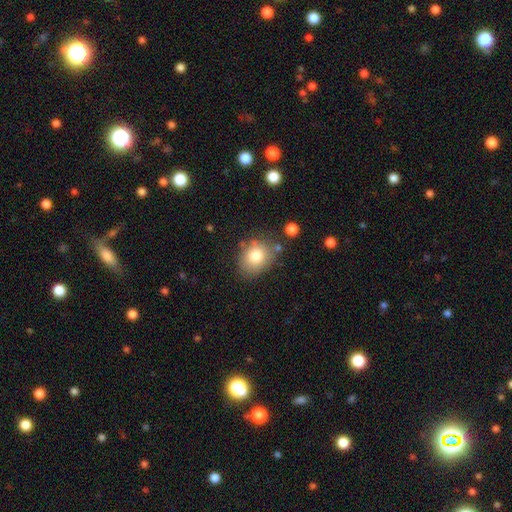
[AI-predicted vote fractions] Smooth or featured?
  - smooth: 79% *
  - featured or disk: 11%
  - star or artifact: 10%
How rounded?
  - in between: 54% *
  - round: 45%
  - cigar-shaped: 1%
Merging?
  - none: 71% *
  - minor disturbance: 18%
  - merger: 6%
  - major disturbance: 5%